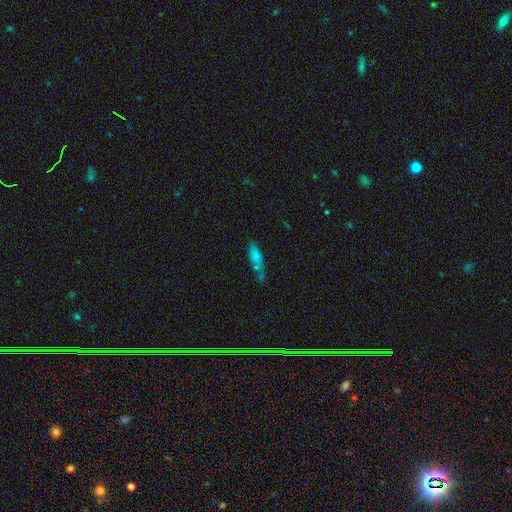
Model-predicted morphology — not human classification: smooth 72%, featured or disk 18%, star or artifact 11%. Down the decision tree: how rounded — in between (49%); merging — none (48%).